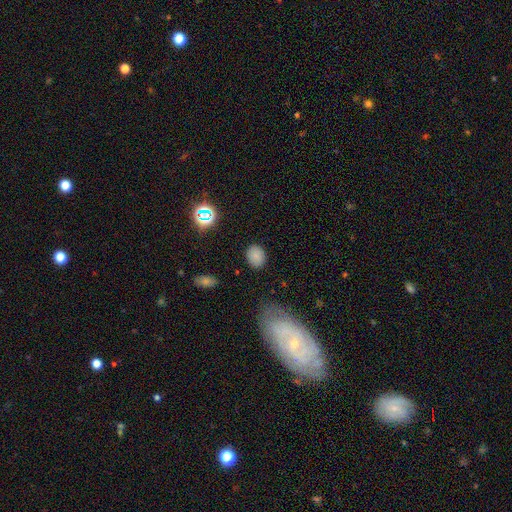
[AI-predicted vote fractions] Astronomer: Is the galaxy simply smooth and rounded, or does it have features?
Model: smooth — 81%.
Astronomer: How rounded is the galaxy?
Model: in between — 50% (runner-up: round, 49%).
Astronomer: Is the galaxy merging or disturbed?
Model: none — 86%.